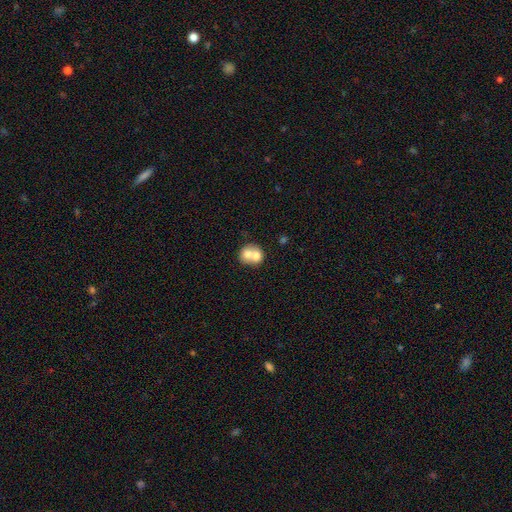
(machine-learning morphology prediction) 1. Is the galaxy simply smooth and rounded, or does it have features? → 67% smooth, 25% featured or disk, 8% star or artifact.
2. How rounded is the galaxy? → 70% round, 29% in between, 1% cigar-shaped.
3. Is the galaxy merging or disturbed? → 68% merger, 23% none, 6% minor disturbance, 3% major disturbance.